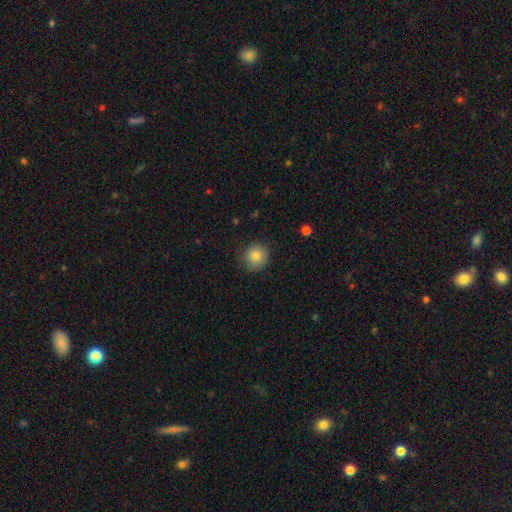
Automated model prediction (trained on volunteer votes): smooth-or-featured: smooth: 84% | star or artifact: 10% | featured or disk: 6%
  how-rounded: round: 90% | in between: 9% | cigar-shaped: 1%
  merging: none: 84% | minor disturbance: 12% | major disturbance: 3% | merger: 1%